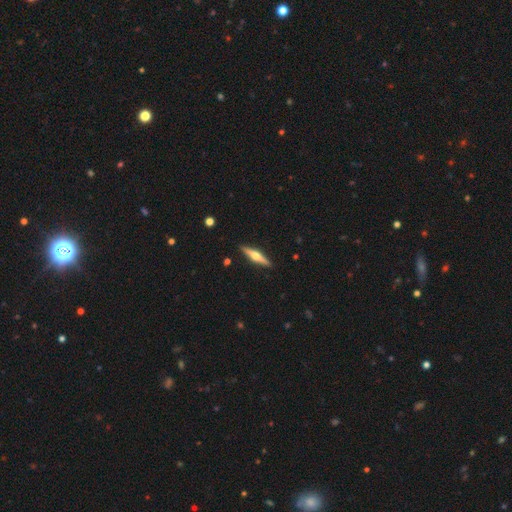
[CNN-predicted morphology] featured or disk 69%, smooth 26%, star or artifact 5%. Down the decision tree: edge-on disk — yes (97%); edge-on bulge — rounded (94%); merging — none (91%).